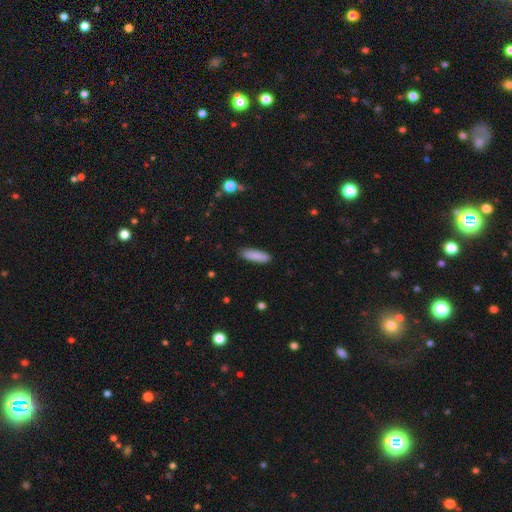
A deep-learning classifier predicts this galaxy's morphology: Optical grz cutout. It shows a smooth galaxy with no disk features (88%) that is cigar-shaped (63%). Merging: none (88%).